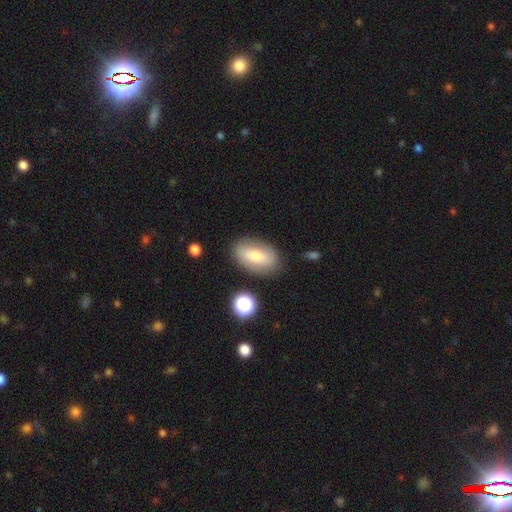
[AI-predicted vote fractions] Q: Smooth or featured?
A: smooth (62%); runner-up: featured or disk (29%)
Q: How rounded?
A: in between (88%); runner-up: round (8%)
Q: Merging?
A: none (82%); runner-up: minor disturbance (12%)